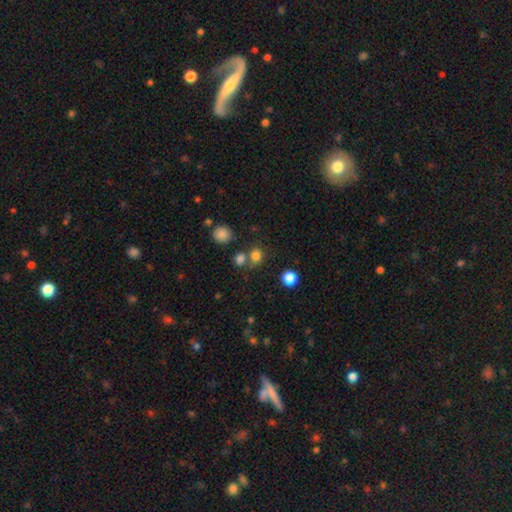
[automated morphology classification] Smooth or featured? Predicted: smooth (p=0.78). How rounded? Predicted: round (p=0.77). Merging? Predicted: none (p=0.61).